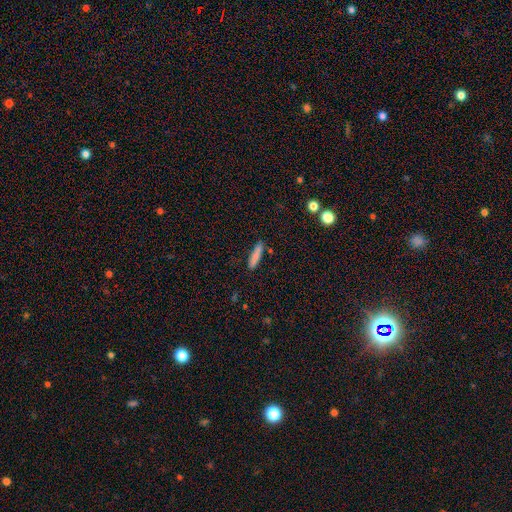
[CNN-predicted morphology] type=smooth (83%); roundness=cigar-shaped (88%); merging=none (85%).